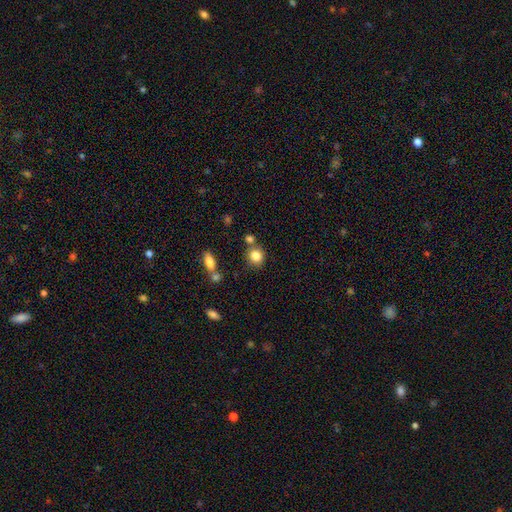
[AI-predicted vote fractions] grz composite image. It shows a smooth galaxy with no disk features (83%) that is round (81%). Merging: none (67%).